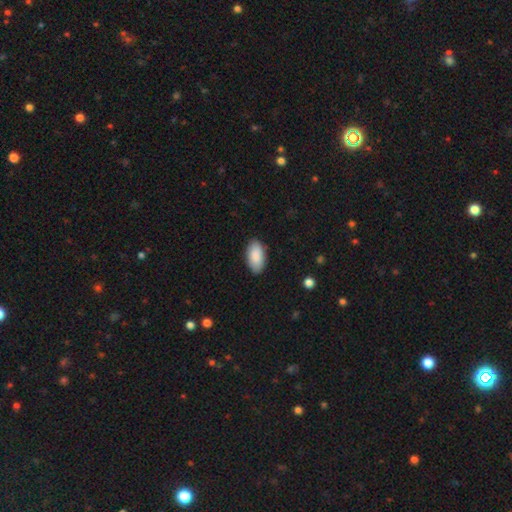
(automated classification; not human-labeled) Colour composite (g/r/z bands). It shows a smooth galaxy with no disk features (90%) that is in between round and cigar-shaped (95%). Merging: none (87%).